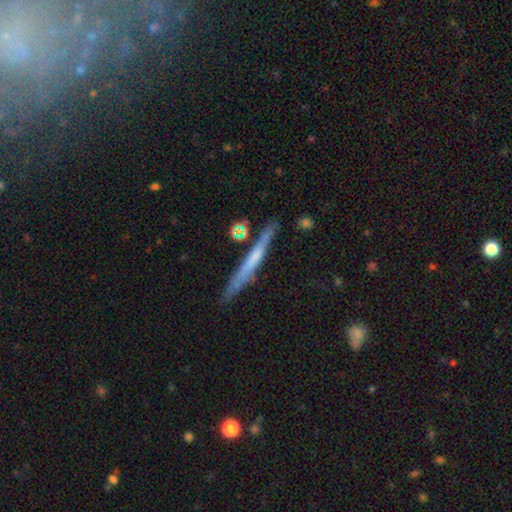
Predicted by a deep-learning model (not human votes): Smooth or featured? featured or disk (51%)
Edge-on disk? yes (93%)
Merging? none (78%)